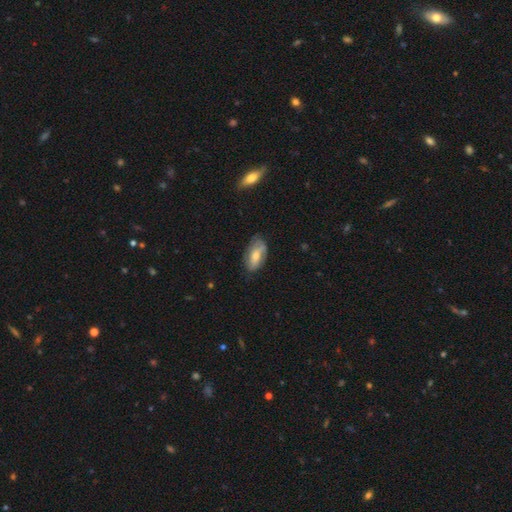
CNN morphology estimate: type=featured or disk (48%); merging=none (68%).